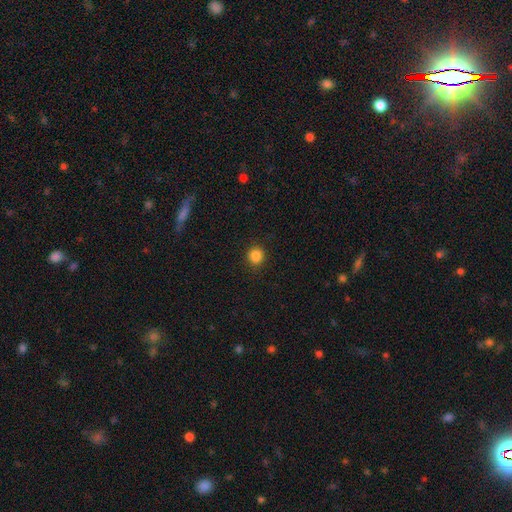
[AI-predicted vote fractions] smooth 86%, star or artifact 11%, featured or disk 3%. Down the decision tree: how rounded — round (89%); merging — none (89%).